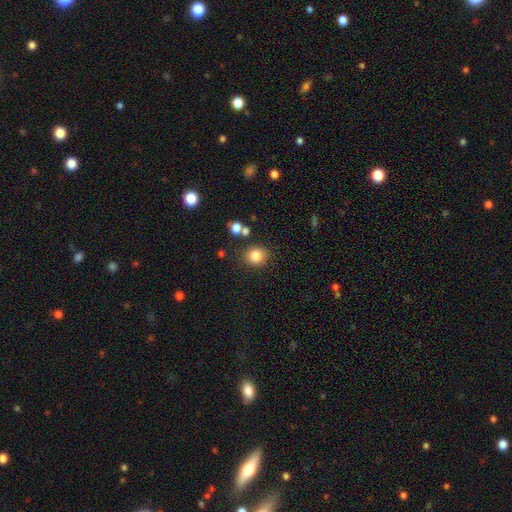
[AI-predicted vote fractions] Overall: smooth (84%). How rounded: round (84%). Merging: none (84%).